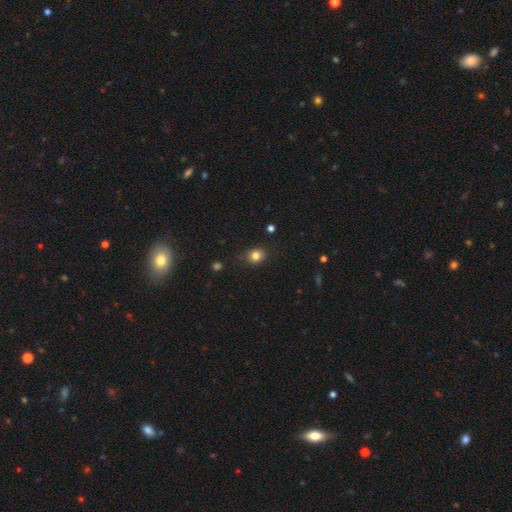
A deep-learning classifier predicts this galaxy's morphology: Smooth or featured?
  - smooth: 81% *
  - star or artifact: 12%
  - featured or disk: 7%
How rounded?
  - round: 66% *
  - in between: 33%
  - cigar-shaped: 1%
Merging?
  - none: 78% *
  - minor disturbance: 17%
  - major disturbance: 4%
  - merger: 1%